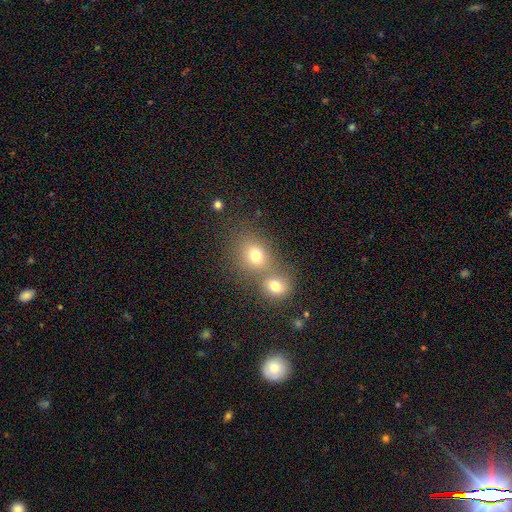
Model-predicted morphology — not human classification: A smooth galaxy with no disk features (74%) that is round (66%).

Vote fractions:
- Smooth or featured? smooth: 74% / star or artifact: 15% / featured or disk: 11%
- How rounded? round: 66% / in between: 33% / cigar-shaped: 1%
- Merging? merger: 46% / none: 43% / minor disturbance: 7% / major disturbance: 3%